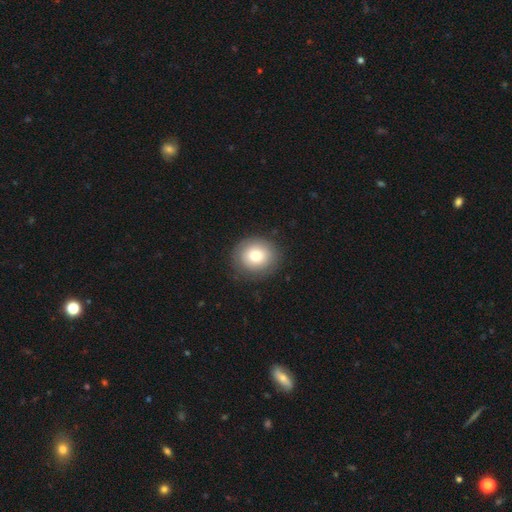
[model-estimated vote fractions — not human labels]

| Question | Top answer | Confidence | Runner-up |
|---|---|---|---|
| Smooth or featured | smooth | 77% | featured or disk (14%) |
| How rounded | round | 81% | in between (19%) |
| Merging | none | 86% | minor disturbance (10%) |